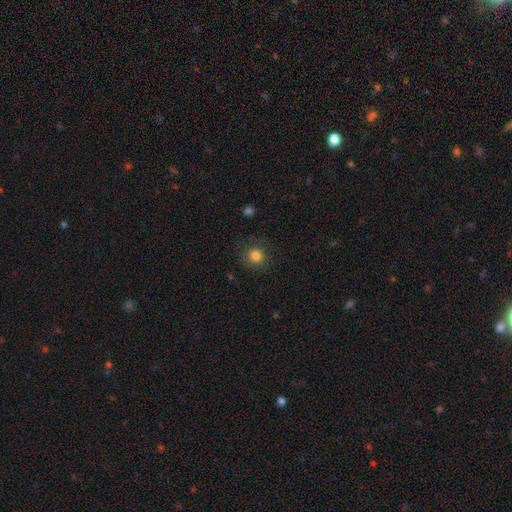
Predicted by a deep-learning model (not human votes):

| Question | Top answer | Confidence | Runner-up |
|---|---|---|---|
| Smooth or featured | smooth | 82% | star or artifact (12%) |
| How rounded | round | 89% | in between (10%) |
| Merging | none | 83% | minor disturbance (11%) |